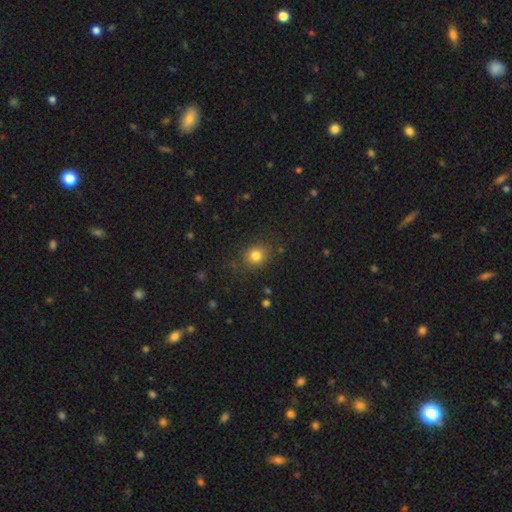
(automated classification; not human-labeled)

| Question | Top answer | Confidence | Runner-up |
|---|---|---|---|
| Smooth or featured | smooth | 81% | star or artifact (13%) |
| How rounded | round | 77% | in between (22%) |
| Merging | none | 82% | minor disturbance (11%) |